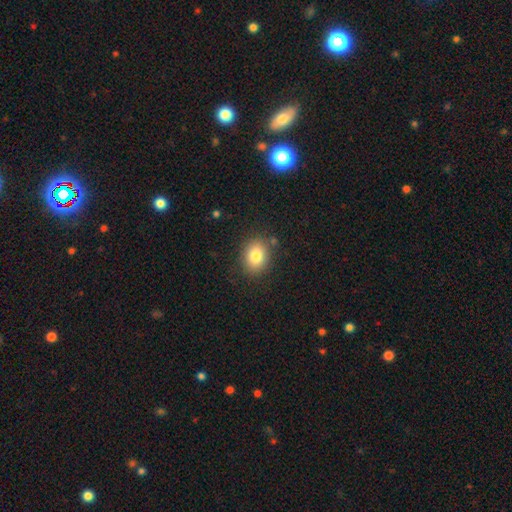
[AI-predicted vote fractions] The model was most divided on "how rounded": in between: 51%, round: 48%, cigar-shaped: 1%. More confident: merging — none (85%); smooth or featured — smooth (82%).